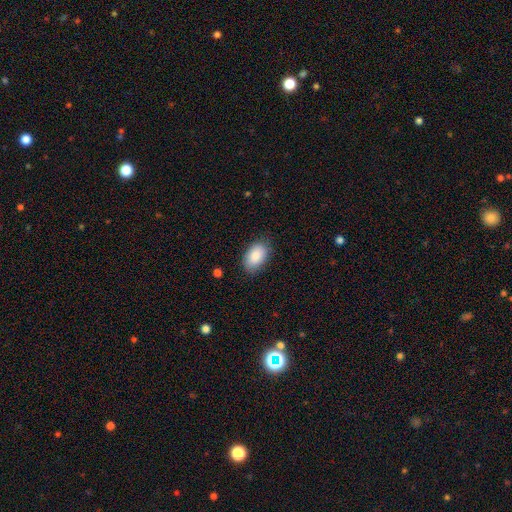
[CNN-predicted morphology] type=smooth (88%); roundness=in between (93%); merging=none (82%).